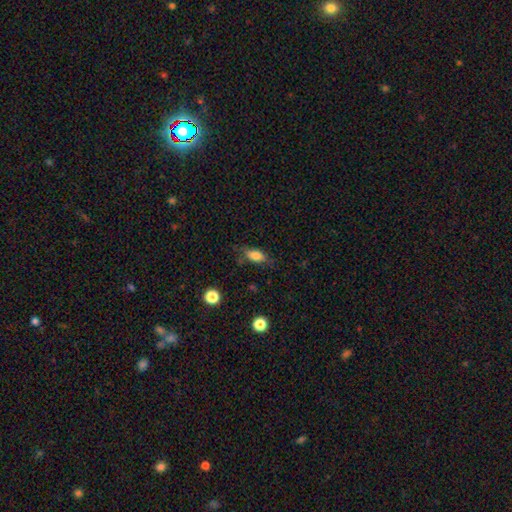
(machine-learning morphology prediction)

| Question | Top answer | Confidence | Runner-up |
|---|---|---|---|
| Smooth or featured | smooth | 79% | featured or disk (11%) |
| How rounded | in between | 81% | cigar-shaped (12%) |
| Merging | none | 69% | minor disturbance (22%) |